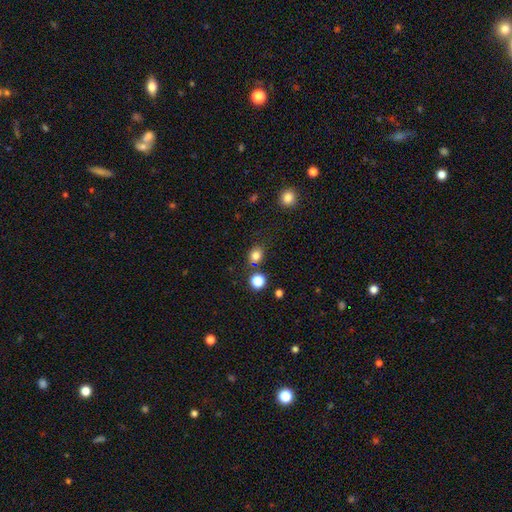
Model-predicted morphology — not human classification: This appears to be a smooth galaxy with no disk features (79%) that is round (75%). Merging: none (78%).